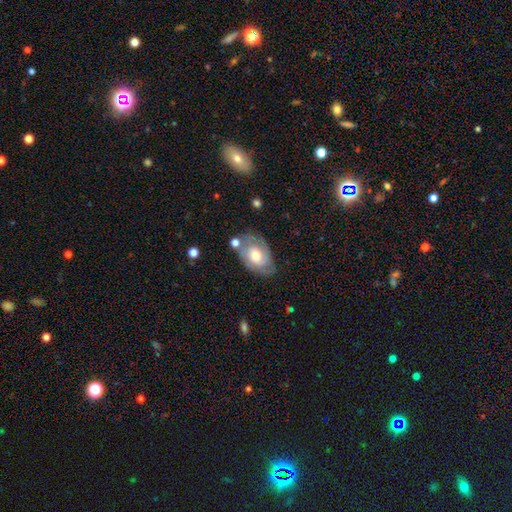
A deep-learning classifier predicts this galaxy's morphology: Smooth or featured: featured or disk — 56% (smooth — 38%)
Edge-on disk: no — 94% (yes — 6%)
Bar: no — 70% (weak — 25%)
Spiral arms: yes — 75% (no — 25%)
Bulge size: moderate — 69% (small — 14%)
Merging: none — 63% (minor disturbance — 22%)